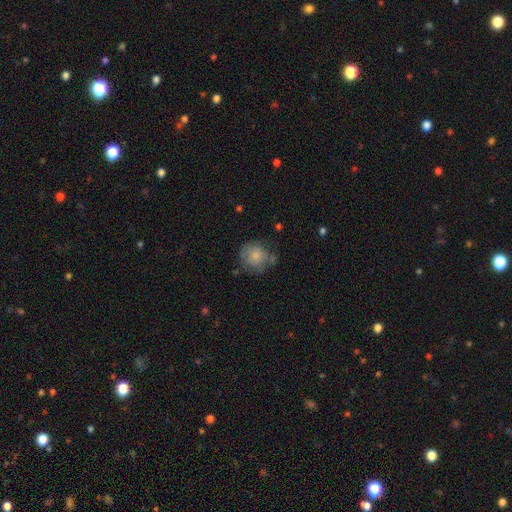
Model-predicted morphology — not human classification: smooth-or-featured: smooth: 74% | featured or disk: 18% | star or artifact: 8%
  how-rounded: round: 85% | in between: 14% | cigar-shaped: 1%
  merging: none: 55% | minor disturbance: 27% | major disturbance: 12% | merger: 6%